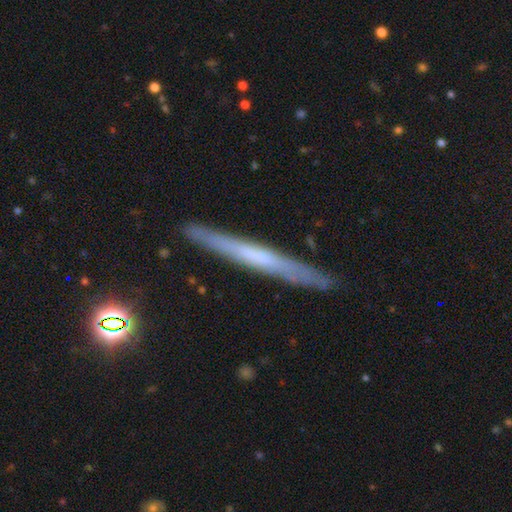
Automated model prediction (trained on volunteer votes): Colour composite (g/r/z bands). It shows a featured or disk galaxy (56%) viewed edge-on (94%) with no central bulge (75%). Merging: none (89%).